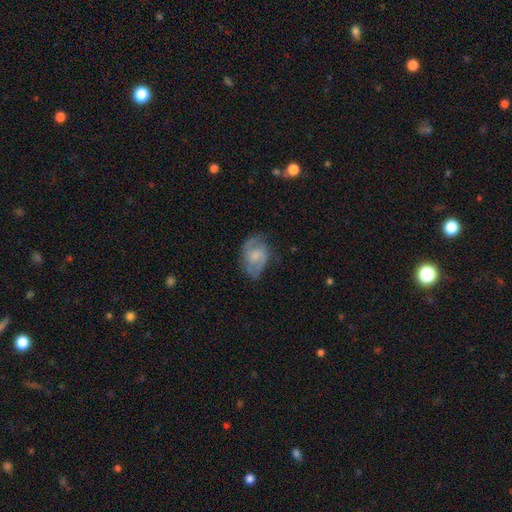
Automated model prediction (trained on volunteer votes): Morphology: type=featured or disk (51%); edge-on=no (96%); merging=none (55%).